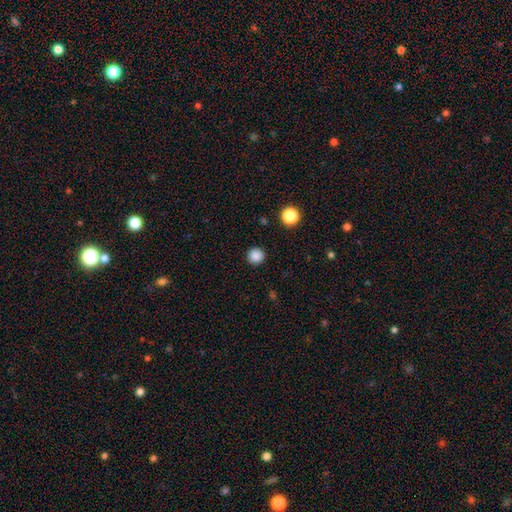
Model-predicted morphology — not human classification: This appears to be a smooth galaxy with no disk features (86%) that is round (95%). Merging: none (92%).